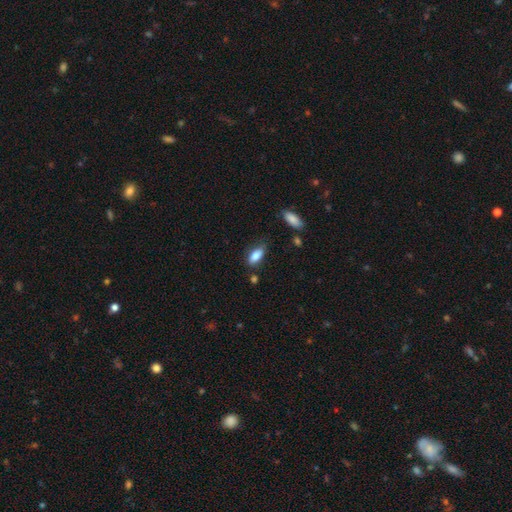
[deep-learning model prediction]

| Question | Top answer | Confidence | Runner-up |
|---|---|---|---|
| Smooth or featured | smooth | 85% | featured or disk (8%) |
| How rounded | in between | 85% | cigar-shaped (12%) |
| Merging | none | 71% | minor disturbance (21%) |